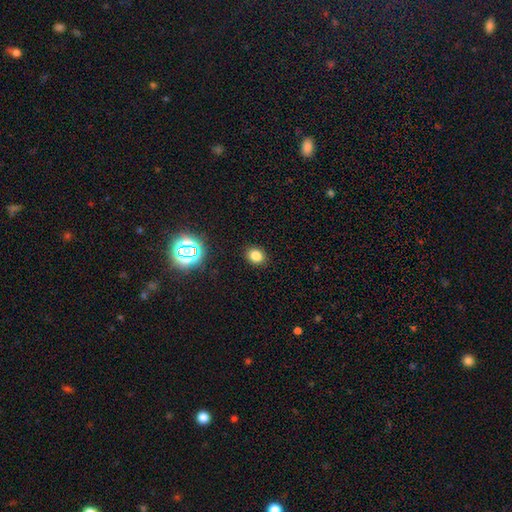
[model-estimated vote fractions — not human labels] A smooth galaxy with no disk features (78%) that is round (56%). Merging: none (90%).